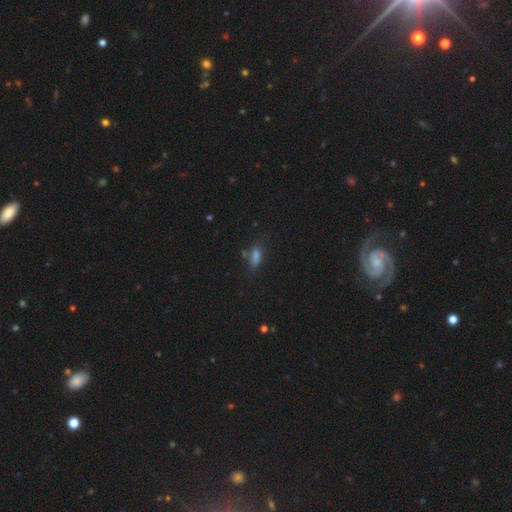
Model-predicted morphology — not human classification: smooth-or-featured: smooth: 67% | star or artifact: 20% | featured or disk: 13%
  how-rounded: in between: 67% | cigar-shaped: 27% | round: 7%
  merging: none: 66% | minor disturbance: 19% | major disturbance: 8% | merger: 7%